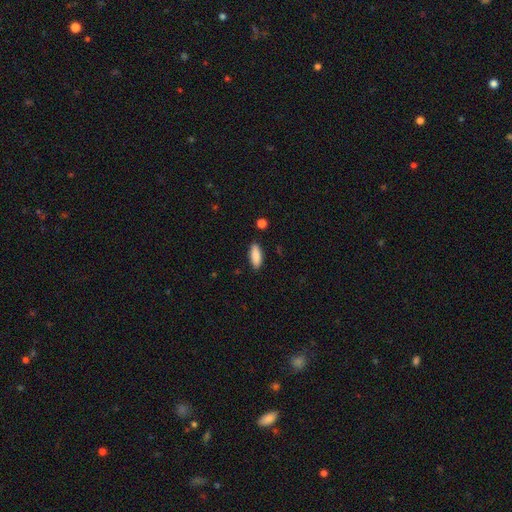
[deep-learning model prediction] Smooth or featured? Predicted: smooth (p=0.89). How rounded? Predicted: in between (p=0.68). Merging? Predicted: none (p=0.88).